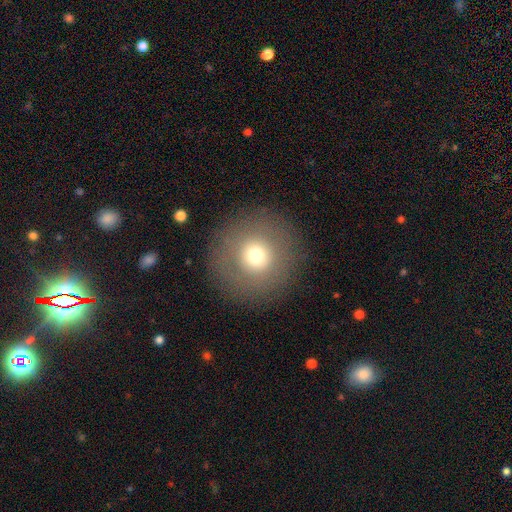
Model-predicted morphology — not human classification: smooth 68%, featured or disk 17%, star or artifact 15%. Down the decision tree: how rounded — round (95%); merging — none (88%).